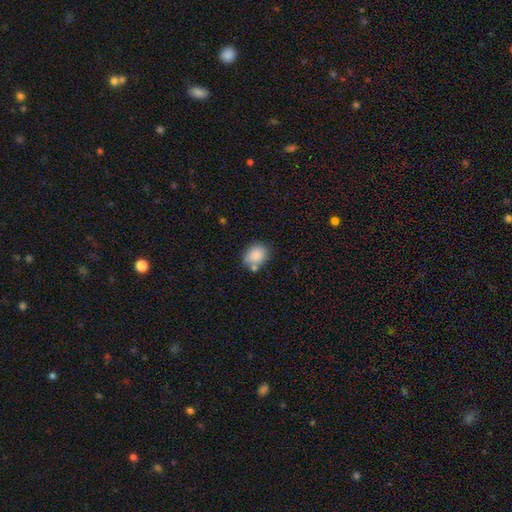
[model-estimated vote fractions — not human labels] The model was most divided on "how rounded": in between: 57%, round: 42%, cigar-shaped: 1%. More confident: smooth or featured — smooth (86%); merging — none (65%).